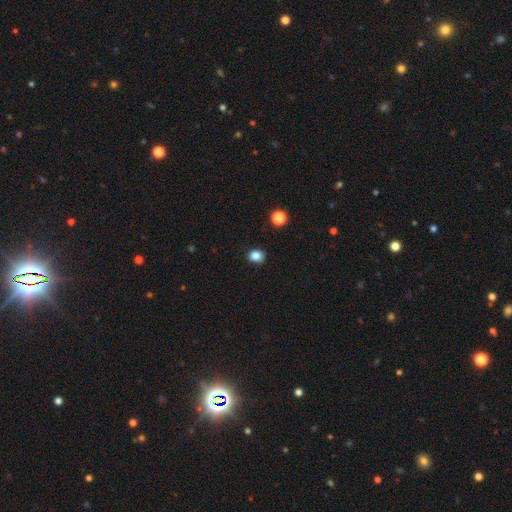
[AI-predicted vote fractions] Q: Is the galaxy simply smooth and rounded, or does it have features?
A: smooth — 84%.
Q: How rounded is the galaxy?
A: round — 64%.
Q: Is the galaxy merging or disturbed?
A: none — 88%.